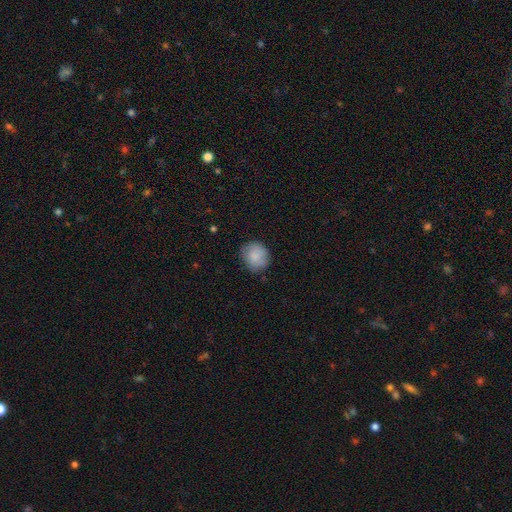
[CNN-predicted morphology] This appears to be a smooth galaxy with no disk features (87%) that is round (80%). Merging: none (81%).